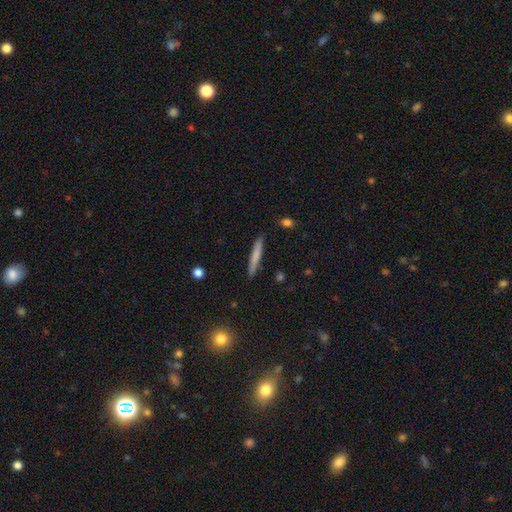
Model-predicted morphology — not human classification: smooth 70%, featured or disk 24%, star or artifact 6%. Down the decision tree: how rounded — cigar-shaped (95%); merging — none (90%).